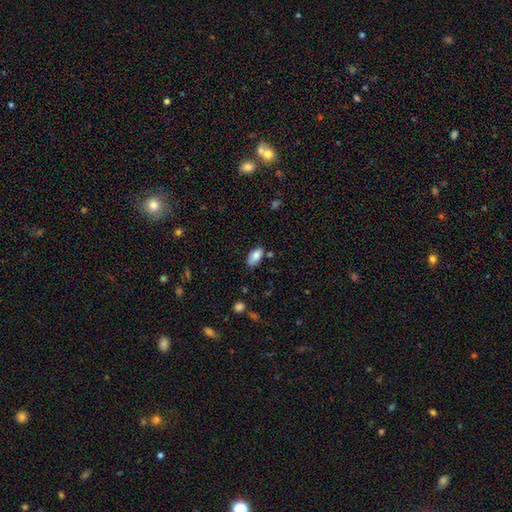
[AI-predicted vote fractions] Morphology: type=smooth (85%); roundness=in between (93%); merging=none (72%).